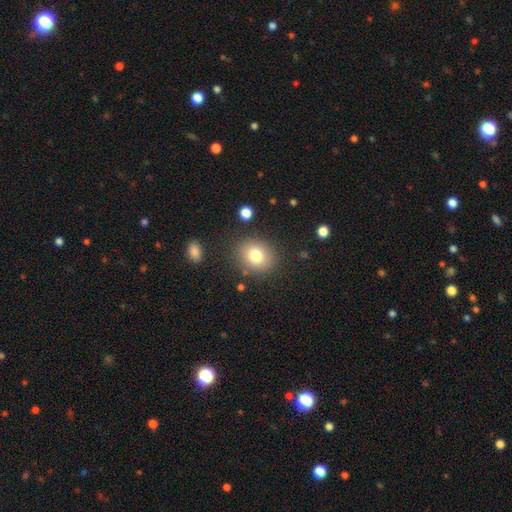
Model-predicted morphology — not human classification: smooth 77%, star or artifact 12%, featured or disk 11%. Down the decision tree: how rounded — round (70%); merging — none (84%).